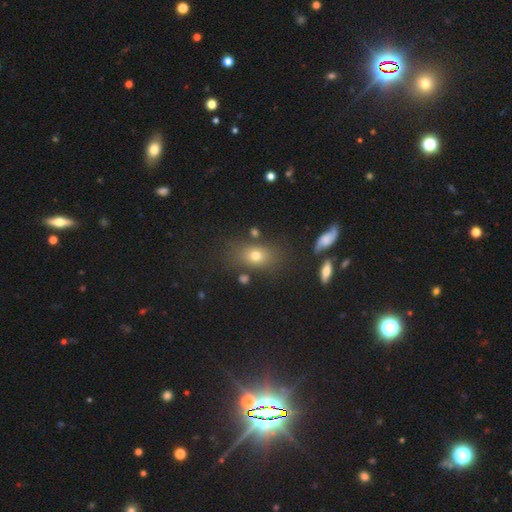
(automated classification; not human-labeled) Smooth or featured?
  - smooth: 70% *
  - star or artifact: 15%
  - featured or disk: 15%
How rounded?
  - in between: 71% *
  - round: 26%
  - cigar-shaped: 3%
Merging?
  - none: 76% *
  - minor disturbance: 14%
  - major disturbance: 6%
  - merger: 5%